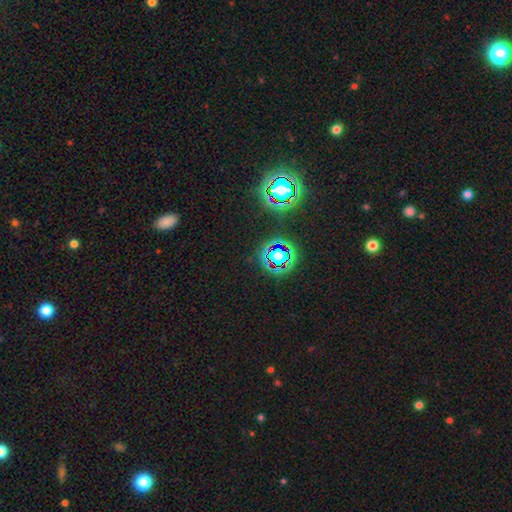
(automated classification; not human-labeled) Smooth or featured: star or artifact — 77% (smooth — 14%)